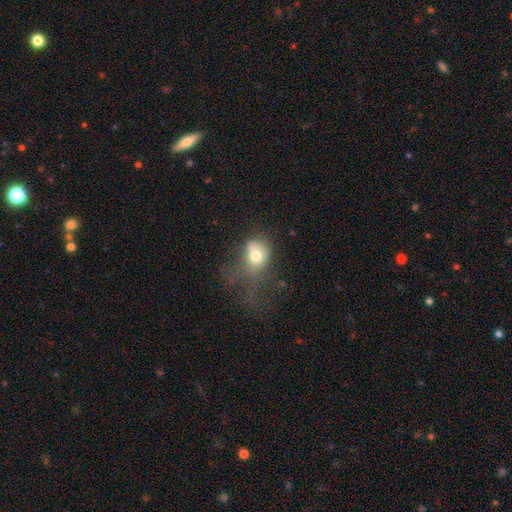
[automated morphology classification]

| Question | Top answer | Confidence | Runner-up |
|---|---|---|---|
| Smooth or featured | smooth | 71% | featured or disk (17%) |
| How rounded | in between | 57% | round (41%) |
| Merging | major disturbance | 49% | minor disturbance (23%) |